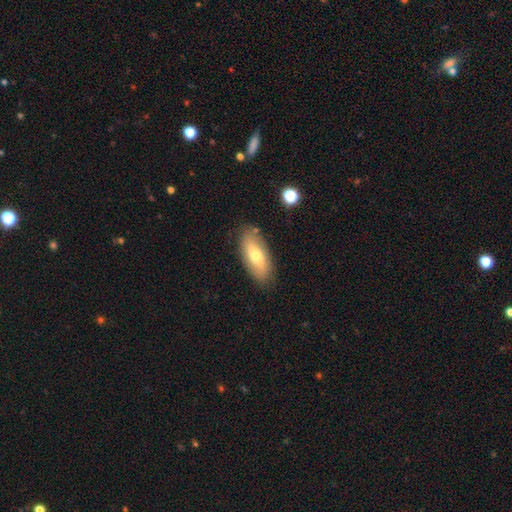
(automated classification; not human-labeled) smooth-or-featured: smooth: 61% | featured or disk: 32% | star or artifact: 7%
  how-rounded: in between: 84% | cigar-shaped: 14% | round: 3%
  merging: none: 83% | minor disturbance: 12% | major disturbance: 3% | merger: 2%